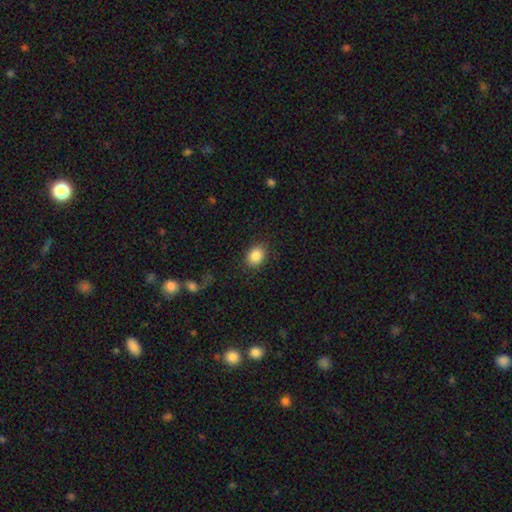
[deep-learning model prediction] Smooth or featured?
  - smooth: 87% *
  - star or artifact: 9%
  - featured or disk: 4%
How rounded?
  - in between: 50% *
  - round: 49%
  - cigar-shaped: 1%
Merging?
  - none: 86% *
  - minor disturbance: 9%
  - major disturbance: 3%
  - merger: 1%